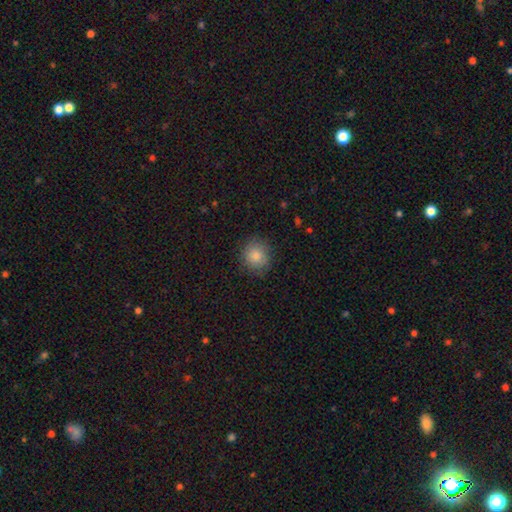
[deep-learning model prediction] Smooth or featured?
  - smooth: 85% *
  - star or artifact: 8%
  - featured or disk: 7%
How rounded?
  - round: 85% *
  - in between: 14%
  - cigar-shaped: 1%
Merging?
  - none: 82% *
  - minor disturbance: 13%
  - major disturbance: 4%
  - merger: 1%